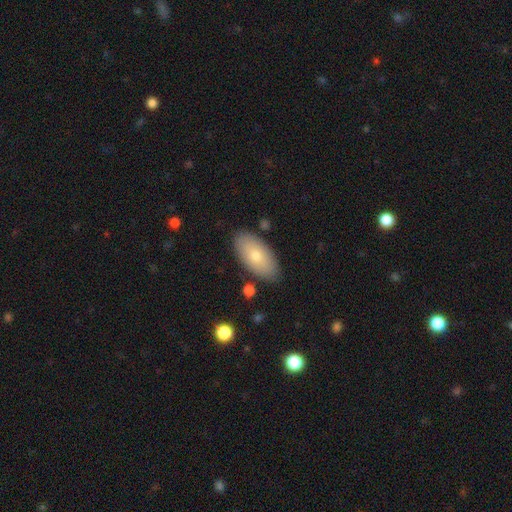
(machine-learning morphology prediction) Smooth or featured? smooth (71%)
How rounded? in between (93%)
Merging? none (85%)